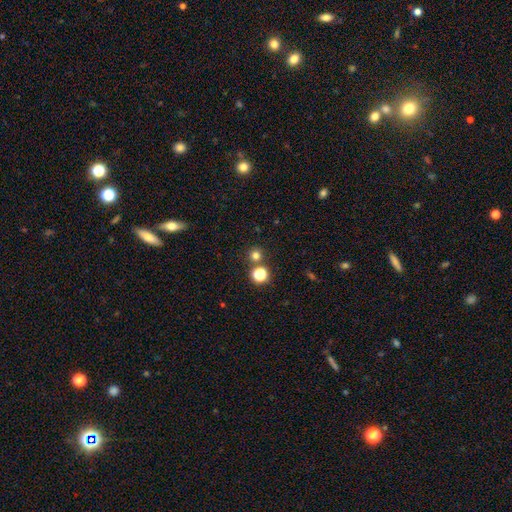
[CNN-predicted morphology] Overall: smooth (74%). How rounded: round (94%). Merging: none (79%).